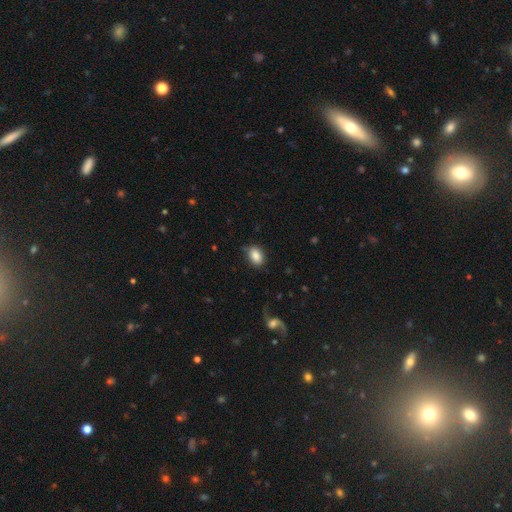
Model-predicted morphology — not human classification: Overall: smooth (85%). How rounded: in between (81%). Merging: none (76%).